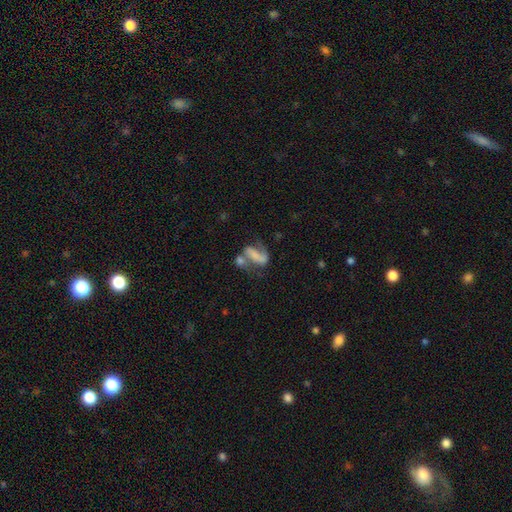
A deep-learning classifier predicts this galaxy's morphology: This is likely a featured or disk galaxy (63%). It is clearly not viewed edge-on (96%). Bar: marginally no (36%). Spiral arm pattern: clearly yes (83%). Spiral arm count: likely 2 (74%). Spiral winding: possibly loose (54%). Central bulge: possibly none (47%). Merging: marginally merger (36%).